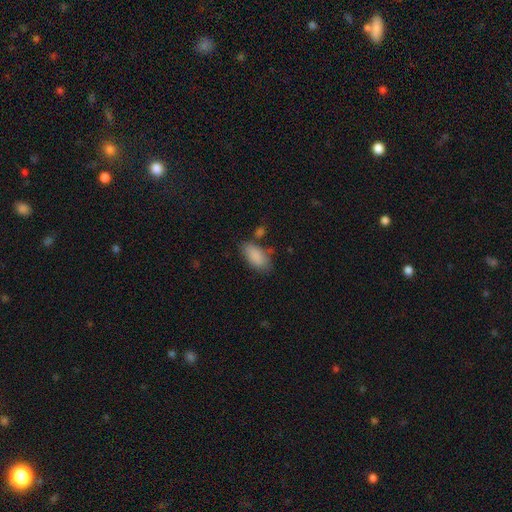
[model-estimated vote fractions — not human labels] This is clearly a smooth galaxy (87%). How rounded: clearly in between (92%). Merging: likely none (65%).